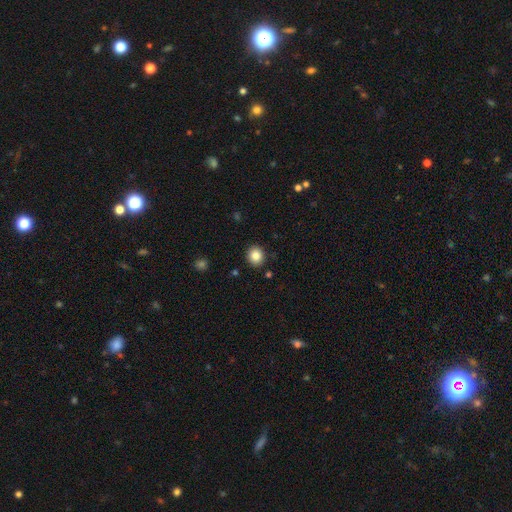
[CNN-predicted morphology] smooth 85%, star or artifact 10%, featured or disk 5%. Down the decision tree: how rounded — round (84%); merging — none (90%).